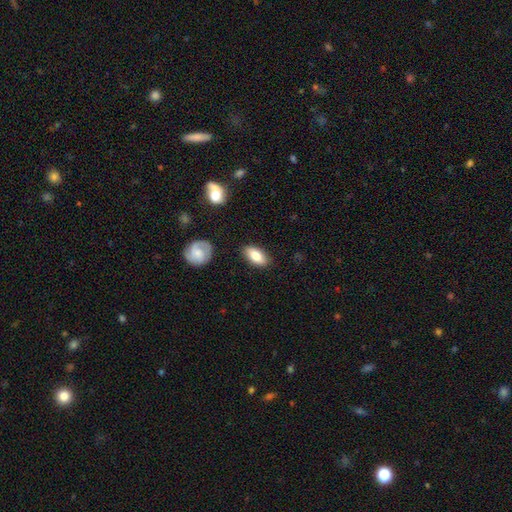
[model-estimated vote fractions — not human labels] The model was most divided on "smooth or featured": smooth: 79%, featured or disk: 15%, star or artifact: 6%. More confident: how rounded — in between (89%); merging — none (85%).